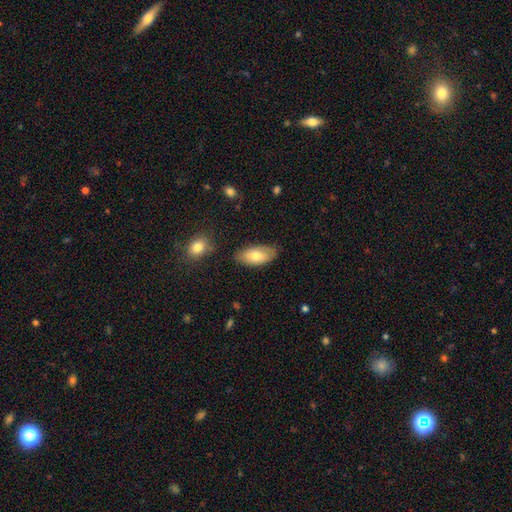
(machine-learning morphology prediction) type=smooth (74%); roundness=in between (92%); merging=none (76%).